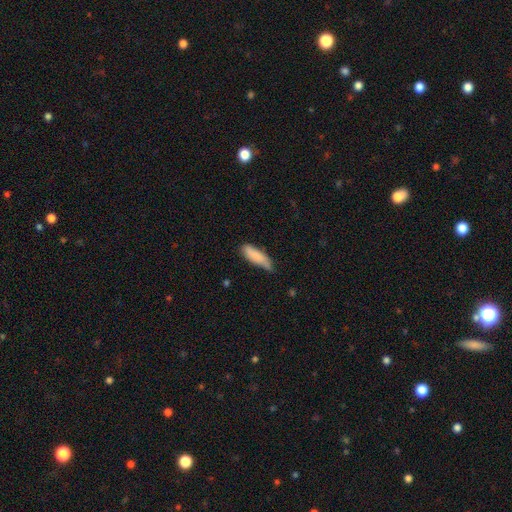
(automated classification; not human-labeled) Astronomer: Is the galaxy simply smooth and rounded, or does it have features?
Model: smooth — 85%.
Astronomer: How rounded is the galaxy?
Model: cigar-shaped — 51% (runner-up: in between, 47%).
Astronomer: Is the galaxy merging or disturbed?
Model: none — 51% (runner-up: minor disturbance, 39%).